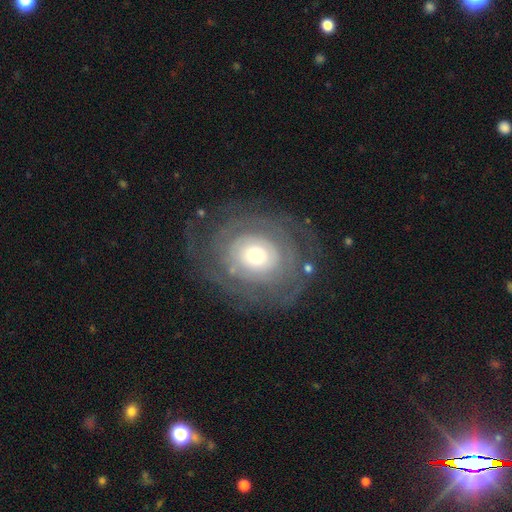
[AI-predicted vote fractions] Smooth or featured: featured or disk — 72% (smooth — 21%)
Edge-on disk: no — 96% (yes — 4%)
Bar: no — 85% (weak — 11%)
Spiral arms: yes — 69% (no — 31%)
Bulge size: moderate — 49% (small — 33%)
Merging: none — 75% (minor disturbance — 14%)